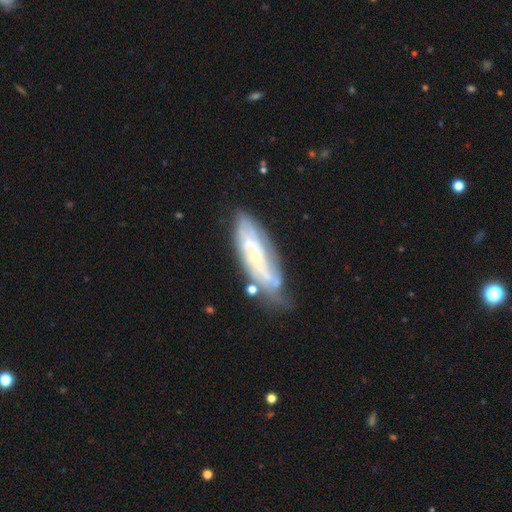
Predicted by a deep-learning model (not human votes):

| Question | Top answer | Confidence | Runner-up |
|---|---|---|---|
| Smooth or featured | featured or disk | 72% | smooth (21%) |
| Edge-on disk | no | 79% | yes (21%) |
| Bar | no | 66% | weak (25%) |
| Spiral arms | yes | 79% | no (21%) |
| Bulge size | small | 70% | moderate (24%) |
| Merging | none | 62% | minor disturbance (24%) |